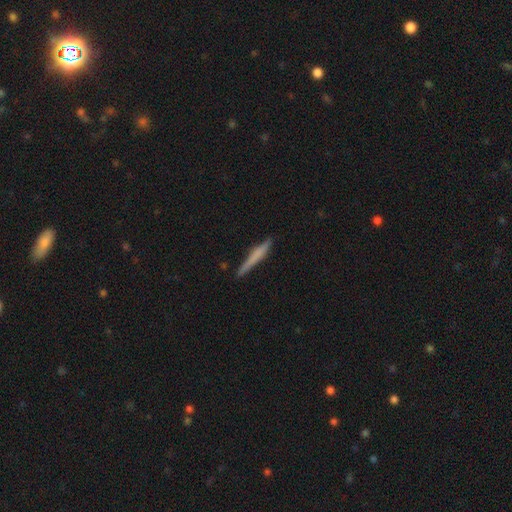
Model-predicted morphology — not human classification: Overall: smooth (55%; featured or disk 39%). How rounded: cigar-shaped (96%). Merging: none (86%).